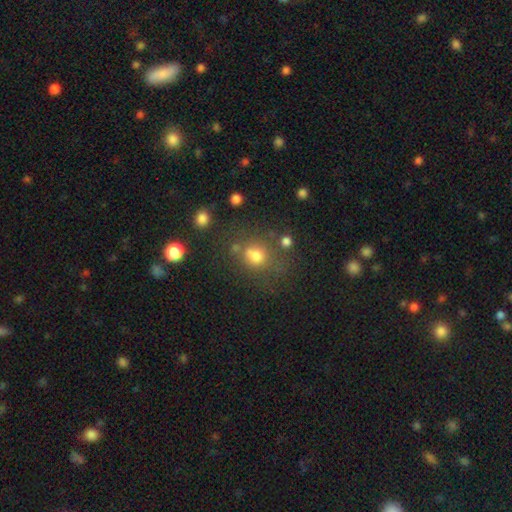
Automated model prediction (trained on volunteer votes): Smooth or featured: smooth — 70% (star or artifact — 19%)
How rounded: round — 75% (in between — 24%)
Merging: none — 57% (merger — 19%)